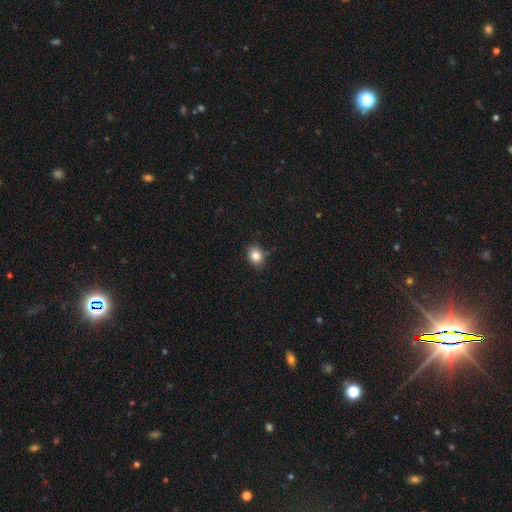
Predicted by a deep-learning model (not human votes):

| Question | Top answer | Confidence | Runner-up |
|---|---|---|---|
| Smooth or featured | smooth | 84% | star or artifact (10%) |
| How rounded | in between | 54% | round (45%) |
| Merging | none | 86% | minor disturbance (11%) |